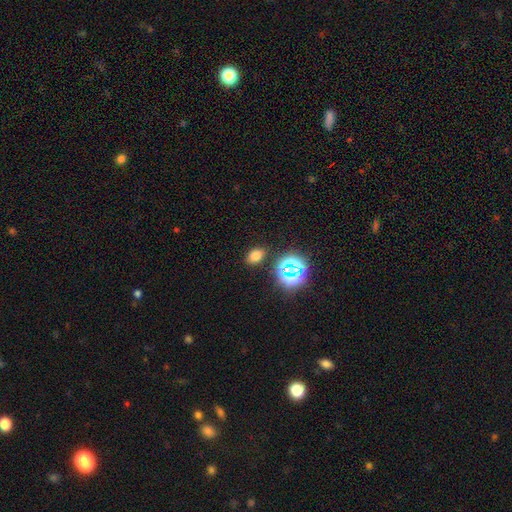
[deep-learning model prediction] Smooth or featured: smooth — 70% (star or artifact — 23%)
How rounded: in between — 75% (round — 24%)
Merging: none — 85% (minor disturbance — 9%)